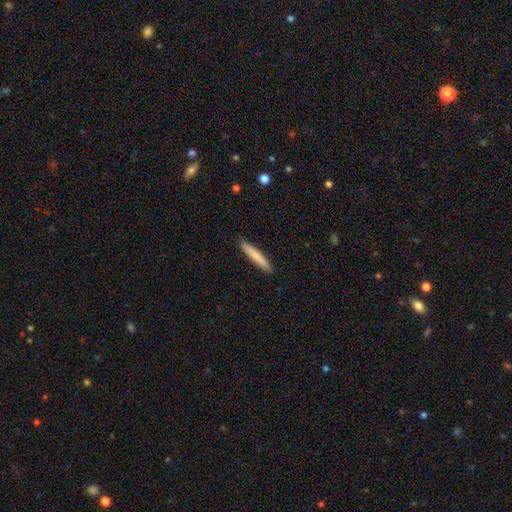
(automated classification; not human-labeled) Smooth or featured?
  - smooth: 79% *
  - featured or disk: 15%
  - star or artifact: 5%
How rounded?
  - cigar-shaped: 93% *
  - in between: 6%
  - round: 1%
Merging?
  - none: 91% *
  - minor disturbance: 7%
  - major disturbance: 1%
  - merger: 1%